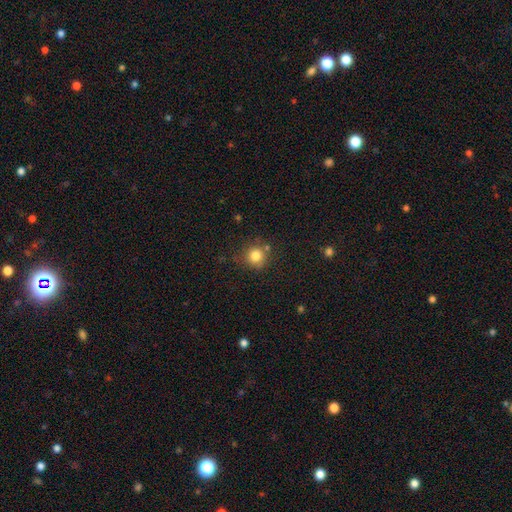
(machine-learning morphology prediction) The model was most divided on "merging": none: 76%, minor disturbance: 12%, merger: 8%, major disturbance: 4%. More confident: how rounded — round (91%); smooth or featured — smooth (82%).